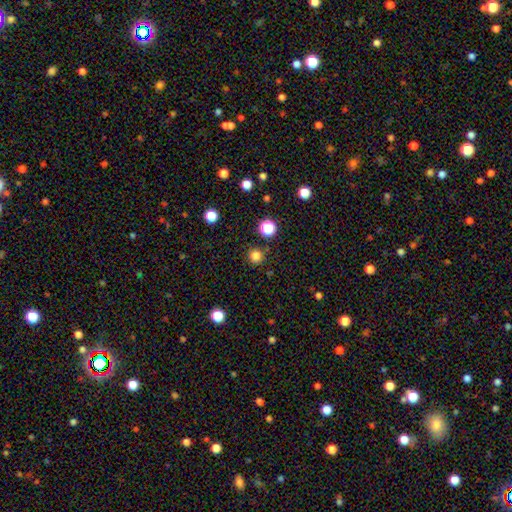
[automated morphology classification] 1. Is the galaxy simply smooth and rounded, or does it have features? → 80% smooth, 16% star or artifact, 4% featured or disk.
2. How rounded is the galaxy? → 94% round, 5% in between, 1% cigar-shaped.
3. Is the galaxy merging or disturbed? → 88% none, 6% minor disturbance, 3% merger, 3% major disturbance.